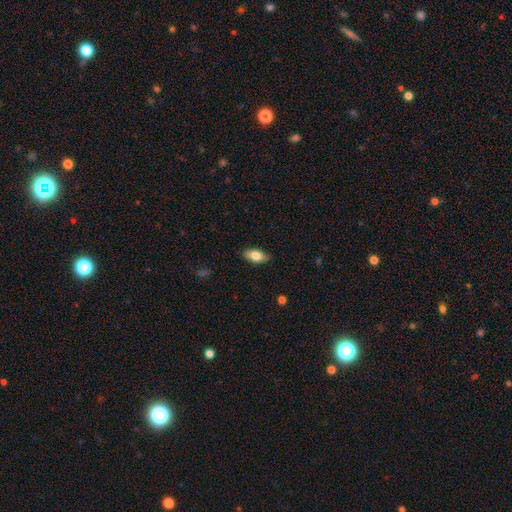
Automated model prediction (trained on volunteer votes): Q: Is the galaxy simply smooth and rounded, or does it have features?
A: smooth — 78%.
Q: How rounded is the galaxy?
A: in between — 88%.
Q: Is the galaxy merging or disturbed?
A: none — 87%.